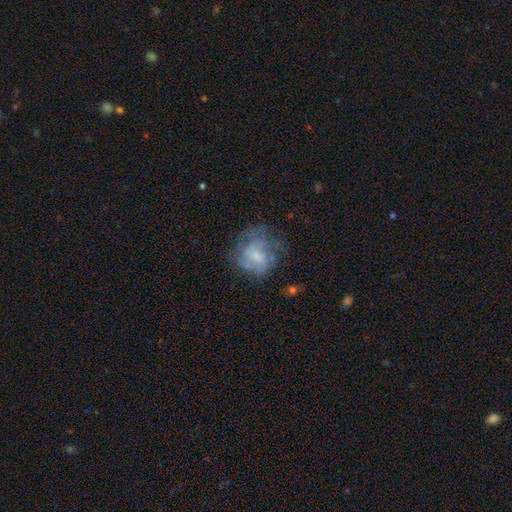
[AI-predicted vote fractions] This appears to be a smooth galaxy with no disk features (45%). Merging: none (48%).